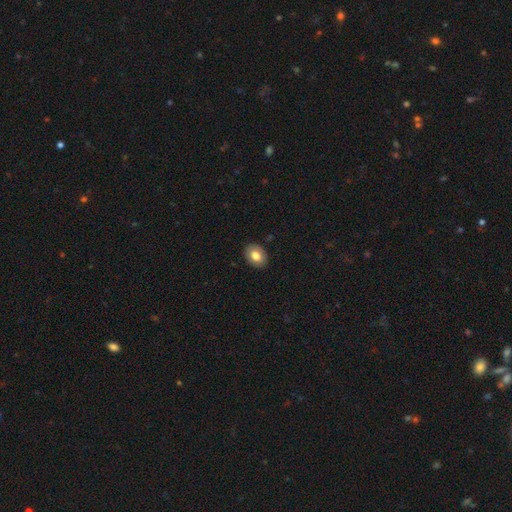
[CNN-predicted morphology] This appears to be a smooth galaxy with no disk features (78%) that is in between round and cigar-shaped (71%). Merging: none (88%).